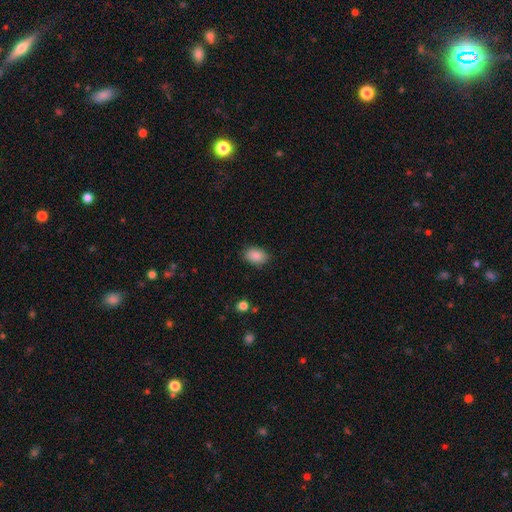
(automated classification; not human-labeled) smooth-or-featured: smooth: 88% | star or artifact: 8% | featured or disk: 4%
  how-rounded: in between: 85% | round: 13% | cigar-shaped: 1%
  merging: none: 86% | minor disturbance: 11% | major disturbance: 3% | merger: 1%